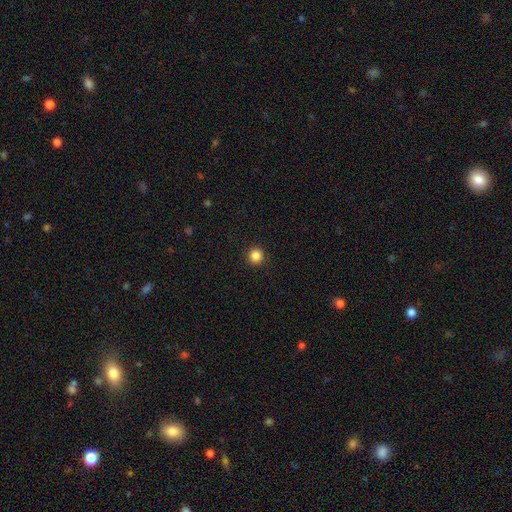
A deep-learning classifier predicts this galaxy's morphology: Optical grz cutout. It shows a smooth galaxy with no disk features (85%) that is round (95%). Merging: none (93%).